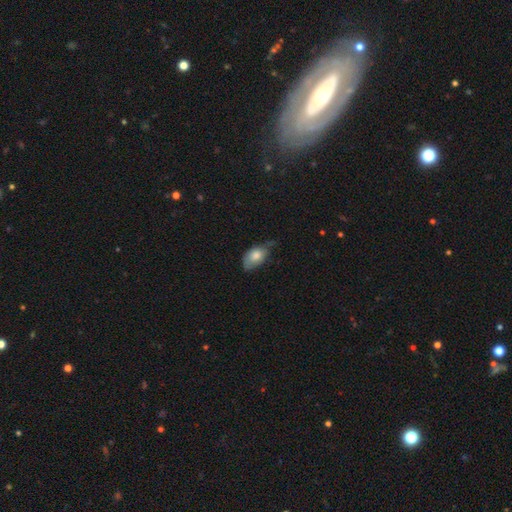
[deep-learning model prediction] smooth 76%, featured or disk 18%, star or artifact 7%. Down the decision tree: how rounded — in between (90%); merging — minor disturbance (46%).